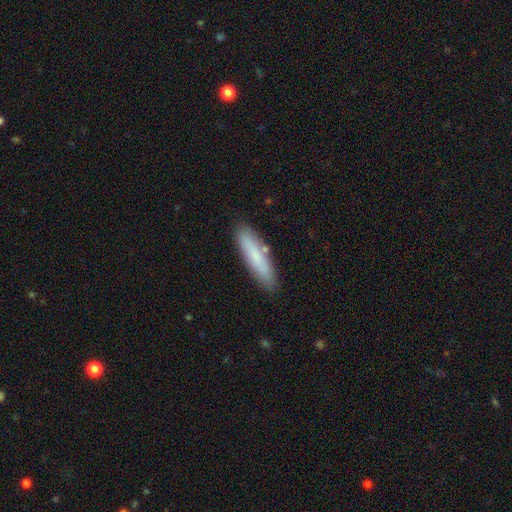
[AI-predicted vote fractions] A smooth galaxy with no disk features (76%) that is cigar-shaped (78%). Merging: none (82%).